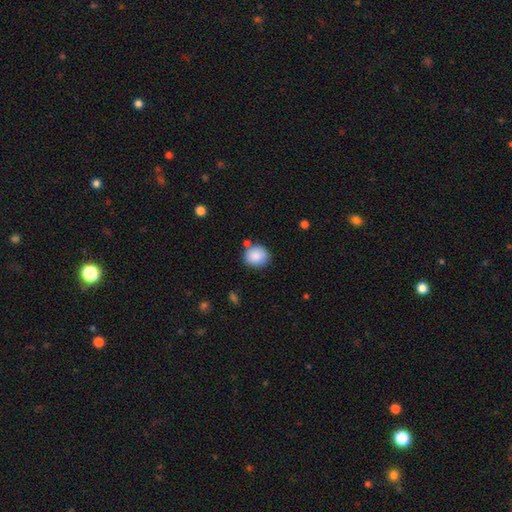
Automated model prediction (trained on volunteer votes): This is clearly a smooth galaxy (88%). How rounded: likely round (73%). Merging: likely none (75%).